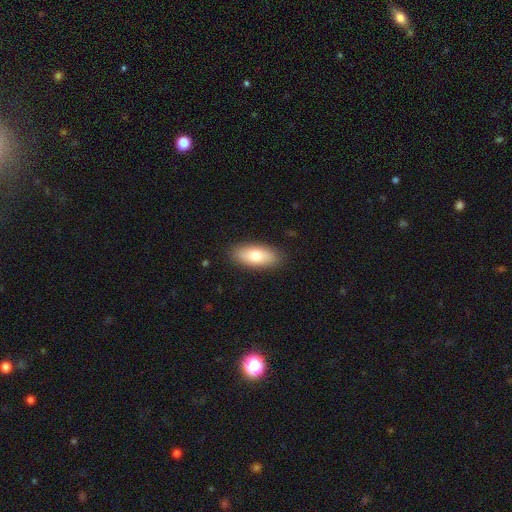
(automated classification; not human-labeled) This is likely a smooth galaxy (75%). How rounded: clearly in between (84%). Merging: clearly none (87%).